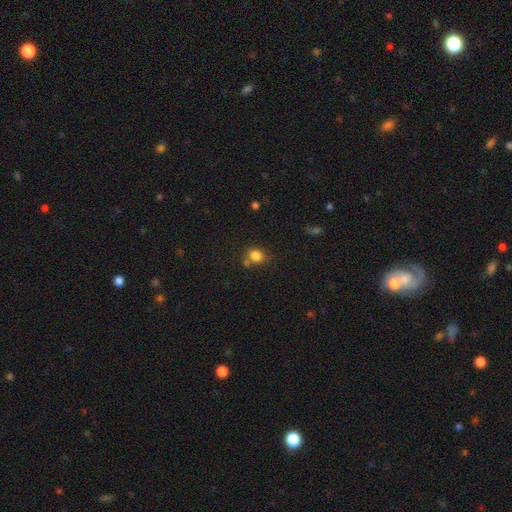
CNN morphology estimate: This appears to be a smooth galaxy with no disk features (82%) that is round (62%). Merging: none (57%).